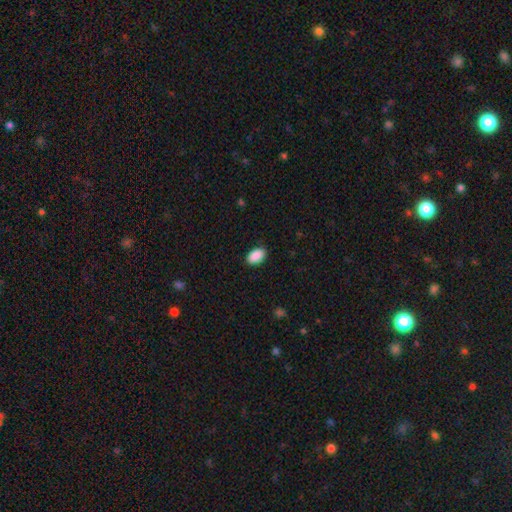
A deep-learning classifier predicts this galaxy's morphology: Smooth or featured?
  - smooth: 90% *
  - star or artifact: 7%
  - featured or disk: 3%
How rounded?
  - in between: 92% *
  - round: 6%
  - cigar-shaped: 1%
Merging?
  - none: 88% *
  - minor disturbance: 9%
  - major disturbance: 2%
  - merger: 1%